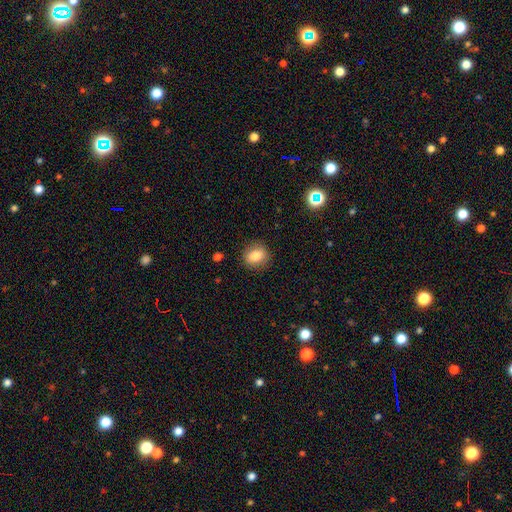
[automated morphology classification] Q: Smooth or featured?
A: smooth (81%); runner-up: featured or disk (10%)
Q: How rounded?
A: round (54%); runner-up: in between (44%)
Q: Merging?
A: none (86%); runner-up: minor disturbance (10%)